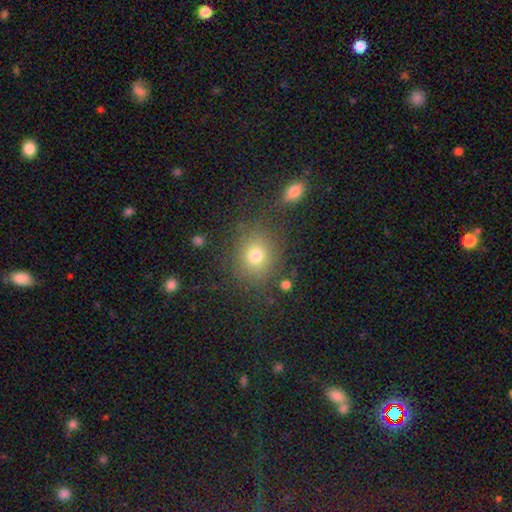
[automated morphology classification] smooth_or_featured: smooth (p=0.74) [alt: star or artifact p=0.16]
how_rounded: round (p=0.68) [alt: in between p=0.31]
merging: none (p=0.82) [alt: minor disturbance p=0.10]